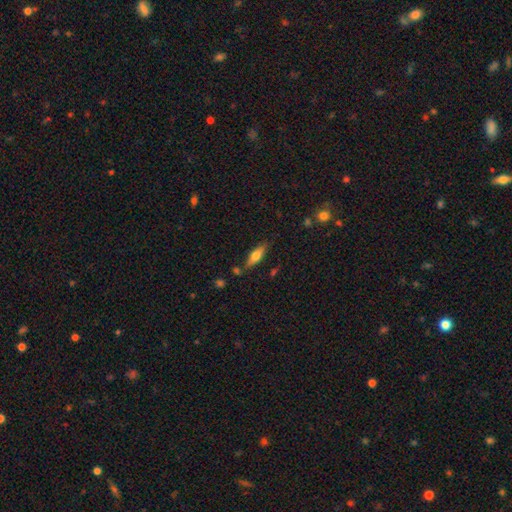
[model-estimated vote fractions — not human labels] Smooth or featured: smooth — 58% (featured or disk — 35%)
How rounded: in between — 51% (cigar-shaped — 46%)
Merging: none — 77% (minor disturbance — 15%)